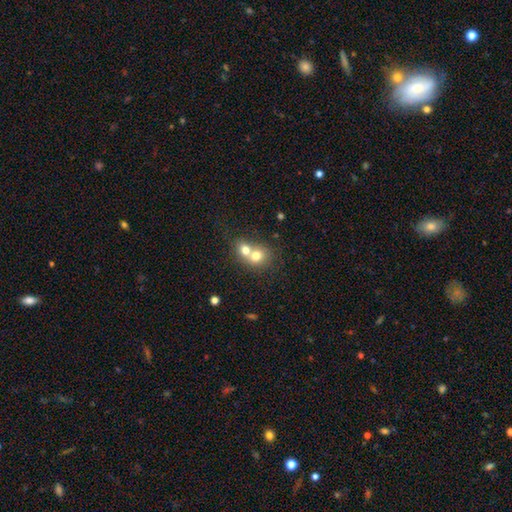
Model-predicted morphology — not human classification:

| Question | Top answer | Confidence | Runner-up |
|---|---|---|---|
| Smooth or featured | smooth | 71% | featured or disk (19%) |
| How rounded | round | 70% | in between (29%) |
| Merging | merger | 70% | none (23%) |